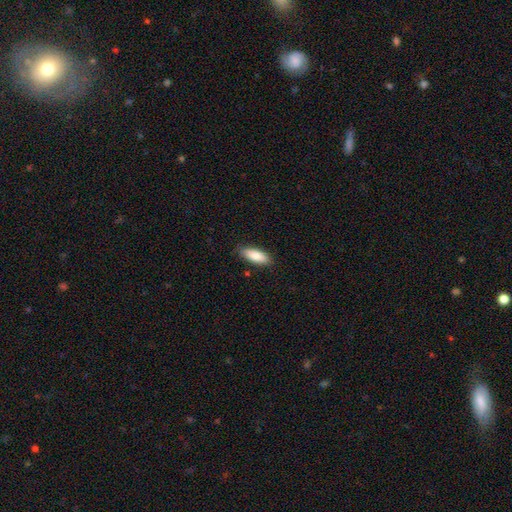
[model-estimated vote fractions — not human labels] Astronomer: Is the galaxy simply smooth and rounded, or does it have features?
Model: smooth — 83%.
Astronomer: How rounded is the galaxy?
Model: in between — 71%.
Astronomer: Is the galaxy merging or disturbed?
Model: none — 85%.